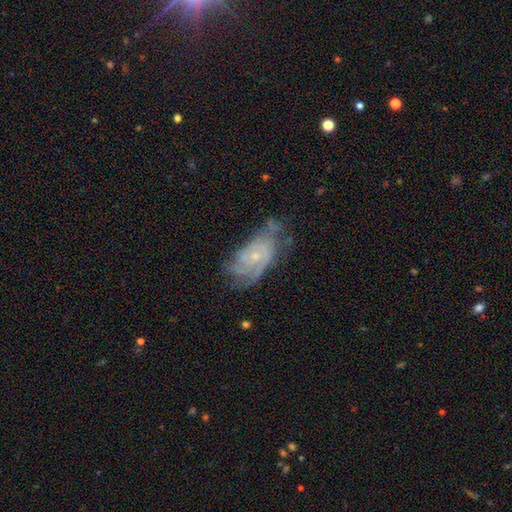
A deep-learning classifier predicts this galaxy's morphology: This appears to be a featured or disk galaxy (76%) with no bar (73%), tight (54%) spiral arms (87%) and a small central bulge (72%). Merging: none (51%).